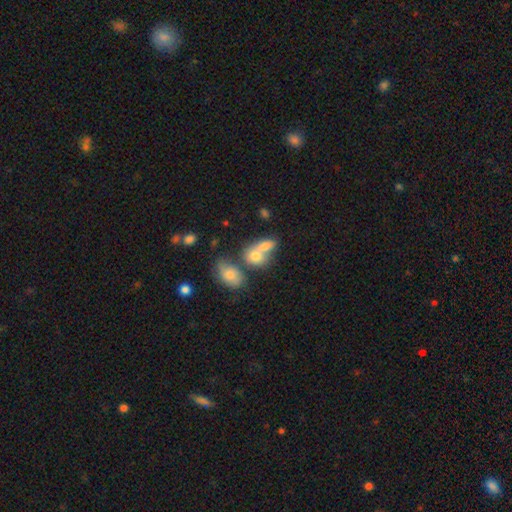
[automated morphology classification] Smooth or featured? Predicted: smooth (p=0.74). How rounded? Predicted: in between (p=0.61). Merging? Predicted: merger (p=0.64).